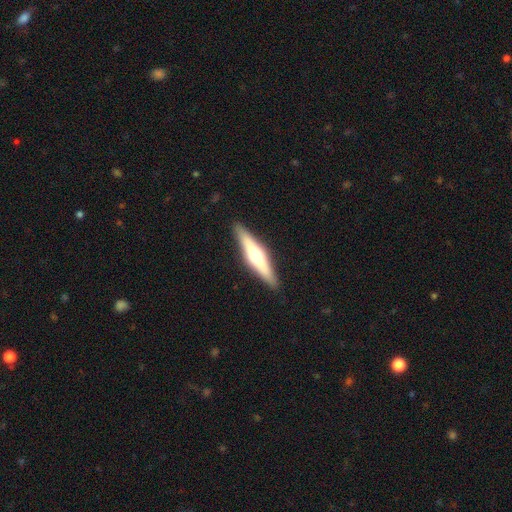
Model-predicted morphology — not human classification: This is possibly a featured or disk galaxy (58%). It is clearly viewed edge-on (96%). Edge-on bulge: clearly rounded (88%). Merging: clearly none (91%).